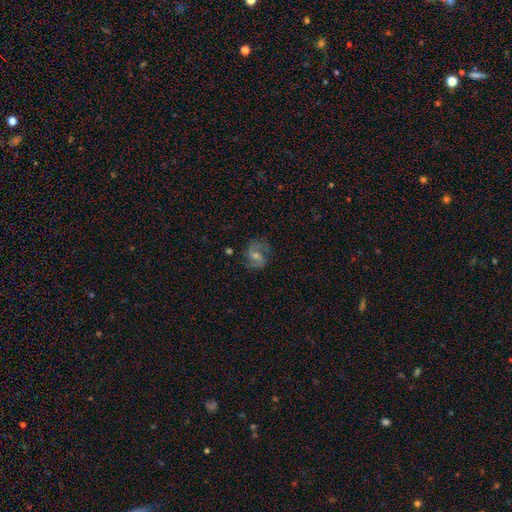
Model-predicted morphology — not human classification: Smooth or featured?
  - featured or disk: 75% *
  - smooth: 14%
  - star or artifact: 11%
Edge-on disk?
  - no: 97% *
  - yes: 3%
Bar?
  - weak: 50% *
  - no: 35%
  - strong: 15%
Spiral arms?
  - yes: 94% *
  - no: 6%
Spiral winding?
  - medium: 54% *
  - tight: 25%
  - loose: 22%
Spiral arm count?
  - 2: 85% *
  - can't tell: 7%
  - 3: 3%
  - 1: 3%
  - 4: 1%
  - more than 4: 1%
Bulge size?
  - moderate: 51% *
  - small: 39%
  - none: 5%
  - large: 4%
  - dominant: 1%
Merging?
  - none: 77% *
  - minor disturbance: 14%
  - major disturbance: 7%
  - merger: 2%